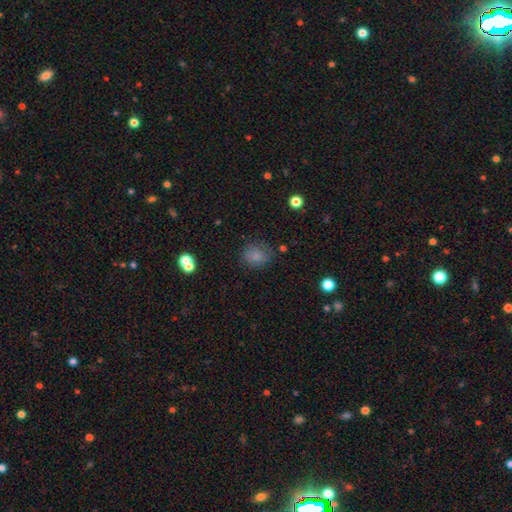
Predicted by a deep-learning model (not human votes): smooth-or-featured: smooth: 81% | star or artifact: 12% | featured or disk: 7%
  how-rounded: round: 64% | in between: 35% | cigar-shaped: 1%
  merging: none: 72% | minor disturbance: 19% | major disturbance: 6% | merger: 3%